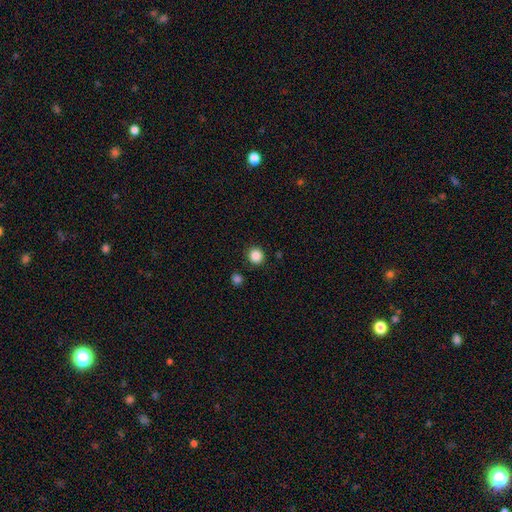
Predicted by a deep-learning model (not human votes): This appears to be a smooth galaxy with no disk features (86%) that is round (93%). Merging: none (89%).